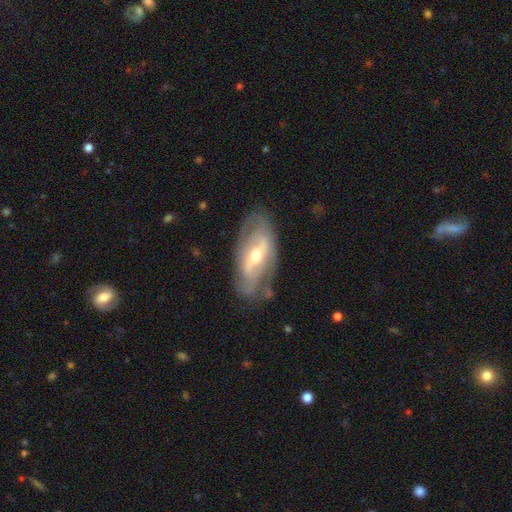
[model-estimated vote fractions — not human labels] Smooth or featured: featured or disk — 76% (smooth — 18%)
Edge-on disk: no — 89% (yes — 11%)
Bar: strong — 46% (weak — 36%)
Spiral arms: yes — 70% (no — 30%)
Bulge size: moderate — 64% (small — 30%)
Merging: none — 73% (minor disturbance — 19%)